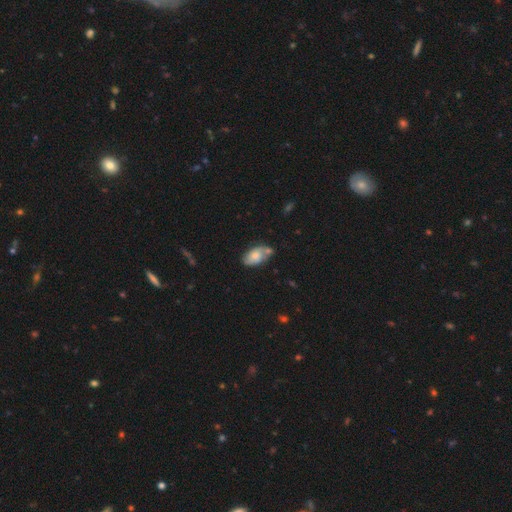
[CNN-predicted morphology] Smooth or featured? Predicted: smooth (p=0.59). How rounded? Predicted: in between (p=0.91). Merging? Predicted: none (p=0.50).